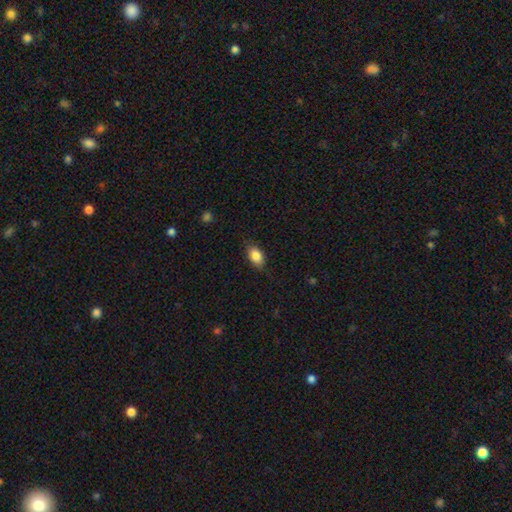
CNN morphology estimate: A smooth galaxy with no disk features (85%) that is in between round and cigar-shaped (88%). Merging: none (82%).